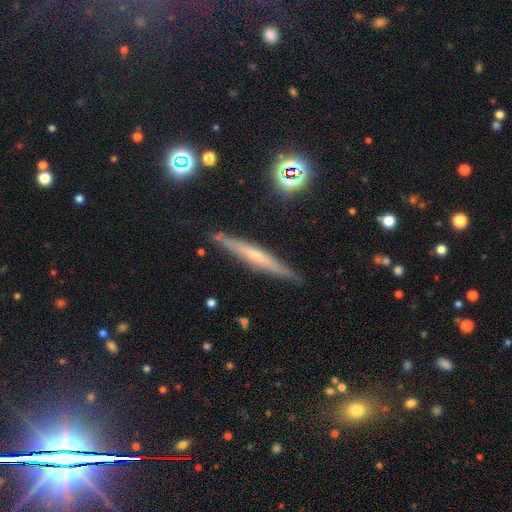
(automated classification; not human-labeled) This appears to be a featured or disk galaxy (59%) viewed edge-on (94%) with a rounded central bulge (52%). Merging: none (86%).